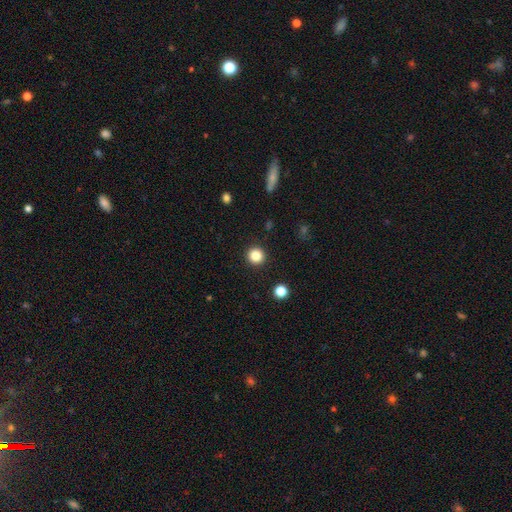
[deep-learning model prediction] Morphology: type=smooth (85%); roundness=round (95%); merging=none (92%).